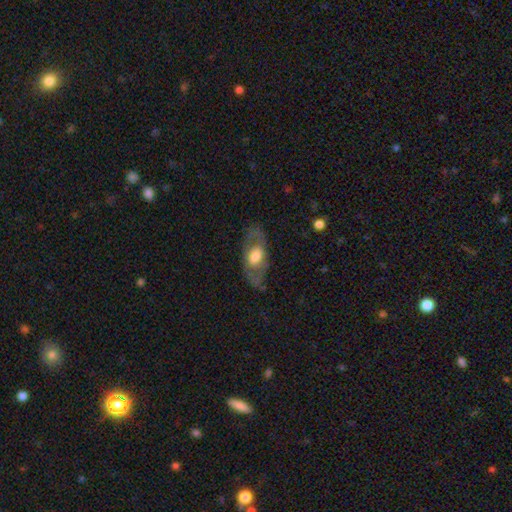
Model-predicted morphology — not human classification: type=featured or disk (52%); edge-on=no (81%); merging=none (73%).